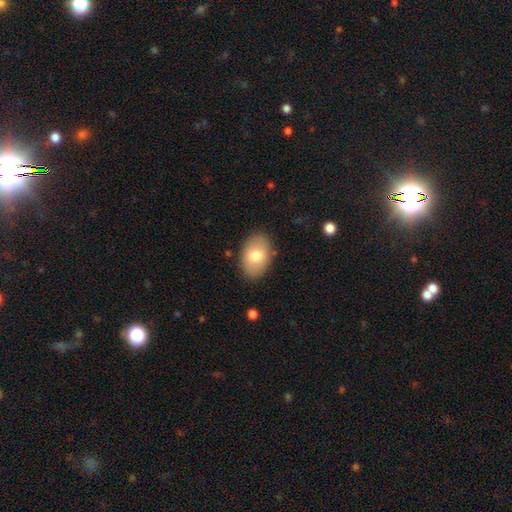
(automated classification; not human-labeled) A smooth galaxy with no disk features (76%) that is in between round and cigar-shaped (88%).

Vote fractions:
- Smooth or featured? smooth: 76% / featured or disk: 18% / star or artifact: 7%
- How rounded? in between: 88% / round: 11% / cigar-shaped: 1%
- Merging? none: 85% / minor disturbance: 11% / major disturbance: 3% / merger: 1%